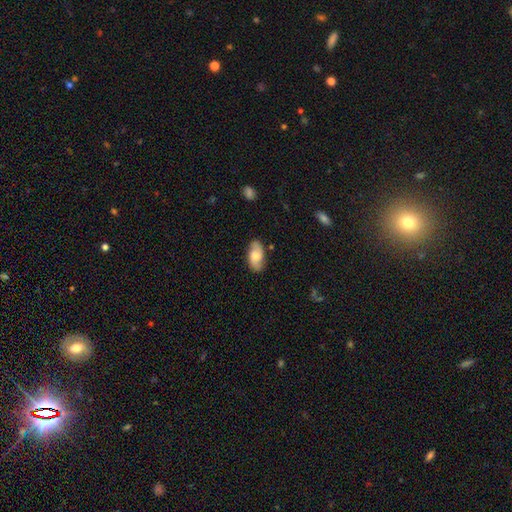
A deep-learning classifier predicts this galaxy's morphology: Smooth or featured: smooth — 61% (featured or disk — 32%)
How rounded: in between — 93% (cigar-shaped — 4%)
Merging: none — 81% (minor disturbance — 15%)